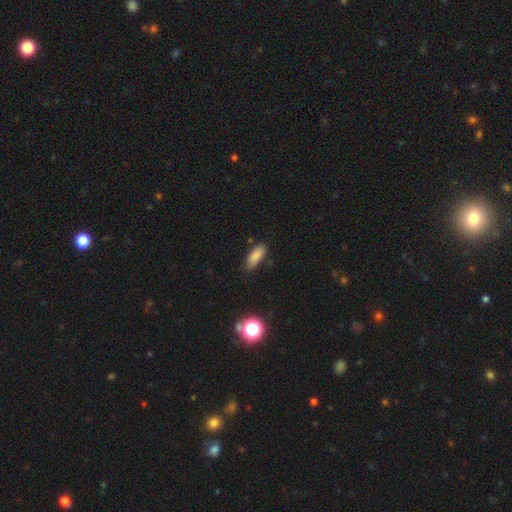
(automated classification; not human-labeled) Smooth or featured?
  - smooth: 84% *
  - star or artifact: 9%
  - featured or disk: 7%
How rounded?
  - in between: 69% *
  - cigar-shaped: 28%
  - round: 3%
Merging?
  - none: 79% *
  - minor disturbance: 16%
  - major disturbance: 3%
  - merger: 2%